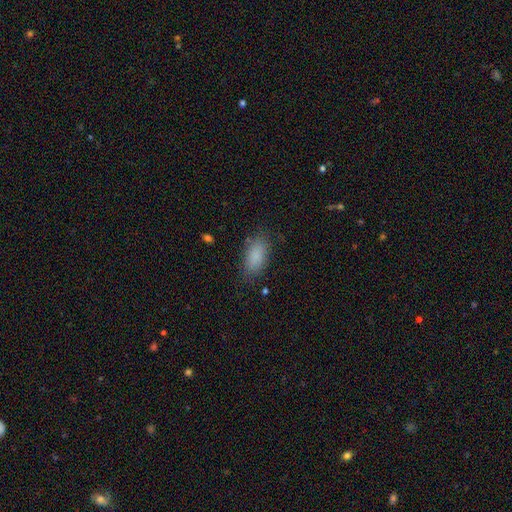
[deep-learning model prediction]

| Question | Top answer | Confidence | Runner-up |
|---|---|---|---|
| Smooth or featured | smooth | 87% | star or artifact (8%) |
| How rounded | in between | 90% | cigar-shaped (6%) |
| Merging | none | 80% | minor disturbance (14%) |